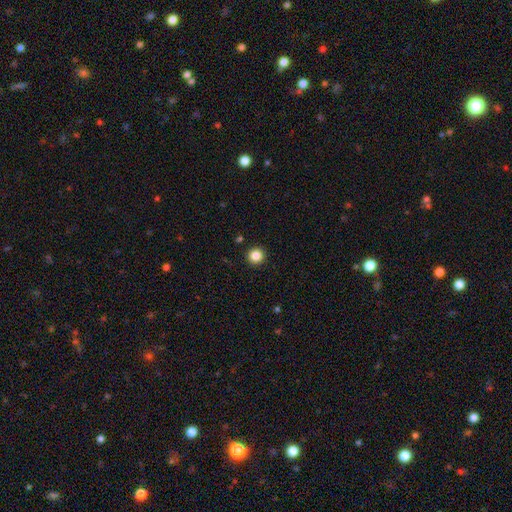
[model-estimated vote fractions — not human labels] This is clearly a smooth galaxy (85%). How rounded: clearly round (96%). Merging: clearly none (93%).